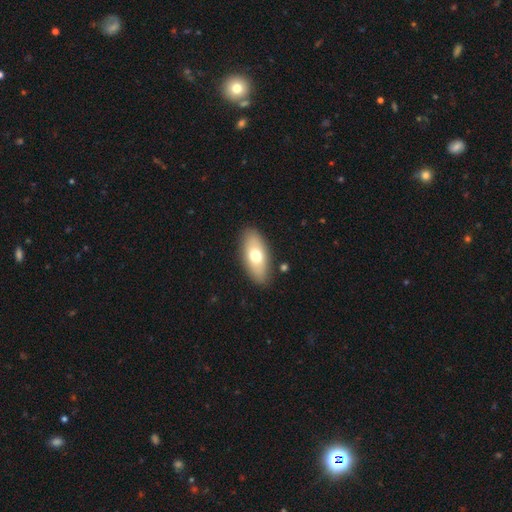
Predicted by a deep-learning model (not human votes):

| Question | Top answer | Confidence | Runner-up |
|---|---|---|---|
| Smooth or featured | smooth | 67% | featured or disk (26%) |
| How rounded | in between | 87% | cigar-shaped (9%) |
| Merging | none | 87% | minor disturbance (9%) |